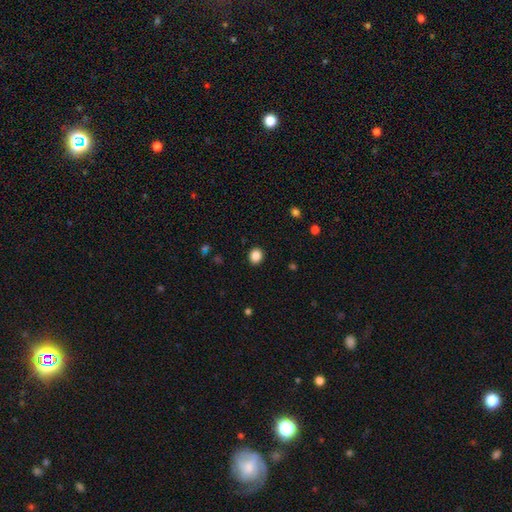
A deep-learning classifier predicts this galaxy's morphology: A smooth galaxy with no disk features (86%) that is round (73%).

Vote fractions:
- Smooth or featured? smooth: 86% / star or artifact: 10% / featured or disk: 3%
- How rounded? round: 73% / in between: 27% / cigar-shaped: 1%
- Merging? none: 91% / minor disturbance: 6% / major disturbance: 2% / merger: 1%